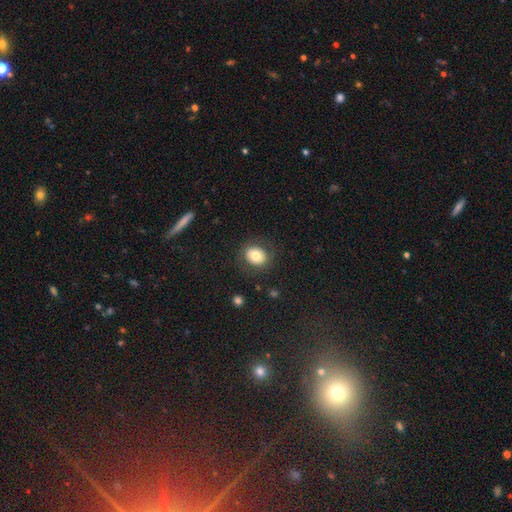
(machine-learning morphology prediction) Smooth or featured: smooth — 75% (featured or disk — 16%)
How rounded: round — 63% (in between — 36%)
Merging: none — 84% (minor disturbance — 10%)